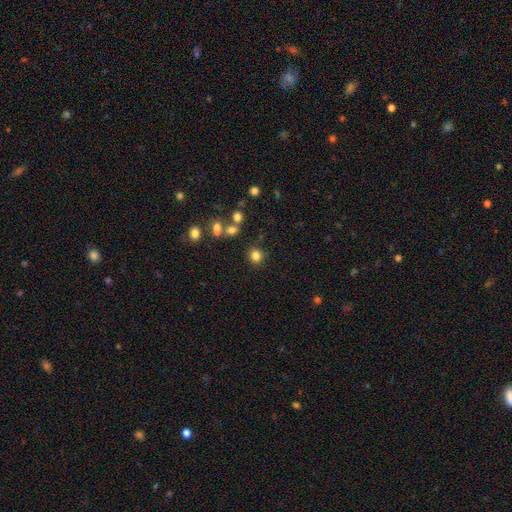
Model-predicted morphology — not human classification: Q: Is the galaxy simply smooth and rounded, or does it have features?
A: smooth — 80%.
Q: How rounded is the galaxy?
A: round — 86%.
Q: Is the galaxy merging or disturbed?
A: none — 82%.